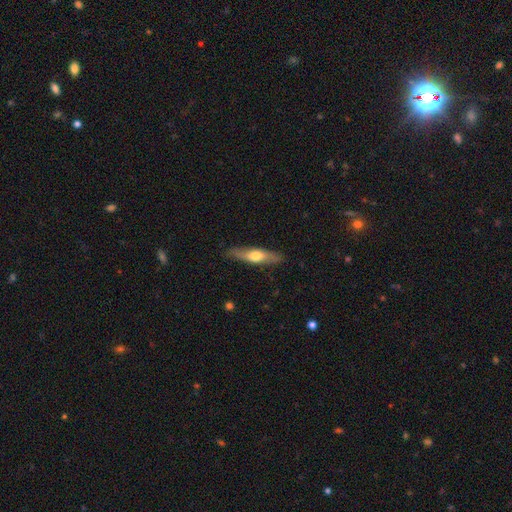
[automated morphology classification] Smooth or featured: smooth — 51% (featured or disk — 44%)
How rounded: cigar-shaped — 74% (in between — 24%)
Merging: none — 85% (minor disturbance — 11%)